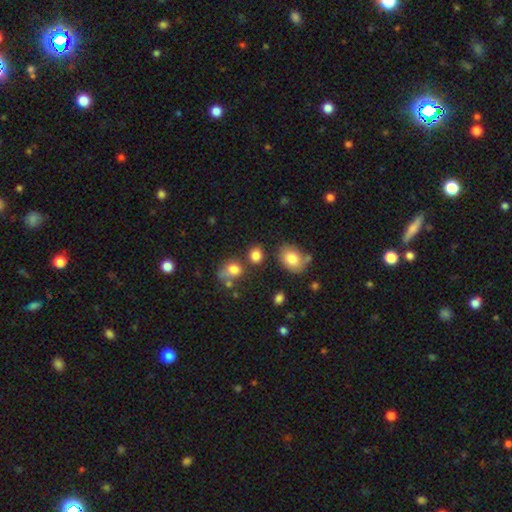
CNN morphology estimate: Smooth or featured?
  - smooth: 82% *
  - star or artifact: 11%
  - featured or disk: 7%
How rounded?
  - round: 60% *
  - in between: 39%
  - cigar-shaped: 1%
Merging?
  - none: 68% *
  - merger: 14%
  - minor disturbance: 13%
  - major disturbance: 5%